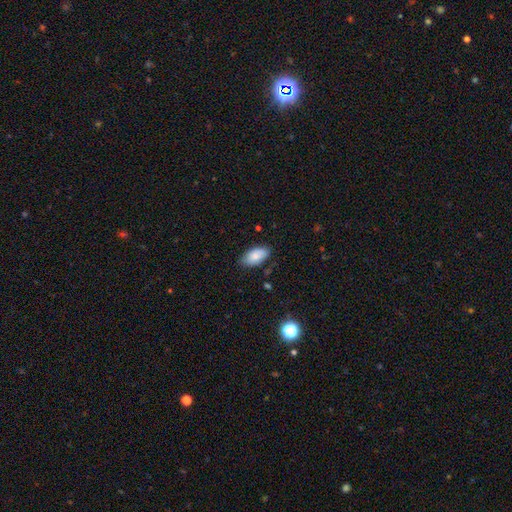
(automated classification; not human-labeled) smooth-or-featured: smooth: 81% | featured or disk: 12% | star or artifact: 7%
  how-rounded: in between: 95% | round: 3% | cigar-shaped: 2%
  merging: none: 80% | minor disturbance: 16% | major disturbance: 3% | merger: 1%